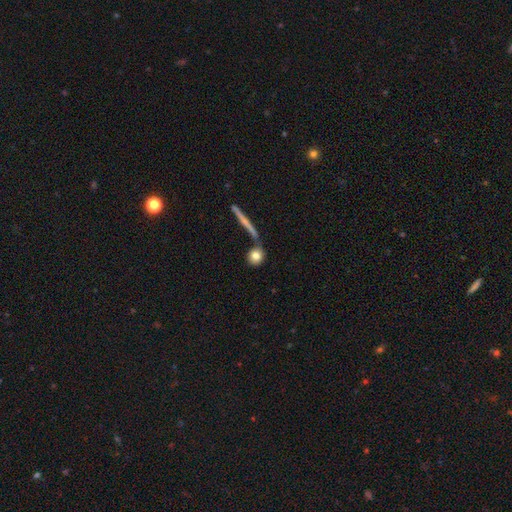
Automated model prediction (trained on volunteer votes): smooth-or-featured: smooth: 78% | featured or disk: 14% | star or artifact: 8%
  how-rounded: round: 79% | in between: 15% | cigar-shaped: 6%
  merging: none: 71% | merger: 14% | minor disturbance: 11% | major disturbance: 4%